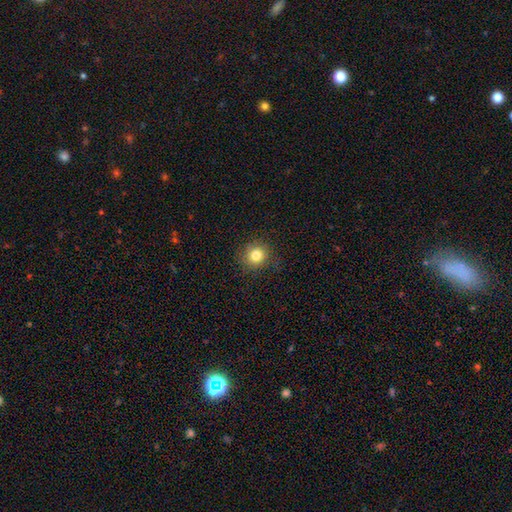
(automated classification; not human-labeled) Smooth or featured? Predicted: smooth (p=0.82). How rounded? Predicted: round (p=0.87). Merging? Predicted: none (p=0.86).